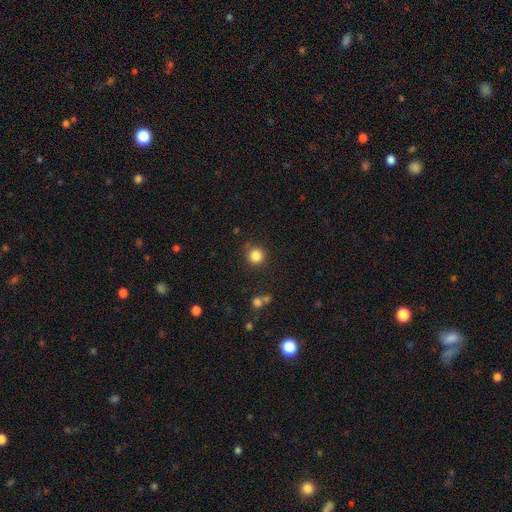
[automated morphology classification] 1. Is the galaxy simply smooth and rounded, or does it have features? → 85% smooth, 11% star or artifact, 4% featured or disk.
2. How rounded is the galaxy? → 92% round, 7% in between, 1% cigar-shaped.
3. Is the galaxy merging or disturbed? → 81% none, 12% minor disturbance, 4% major disturbance, 4% merger.